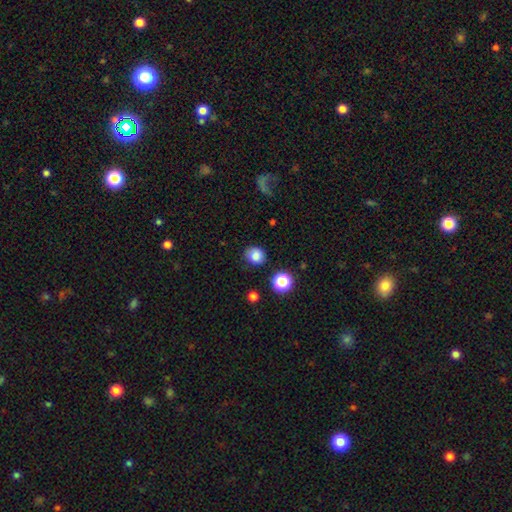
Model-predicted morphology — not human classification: smooth 81%, star or artifact 12%, featured or disk 7%. Down the decision tree: how rounded — round (69%); merging — none (79%).